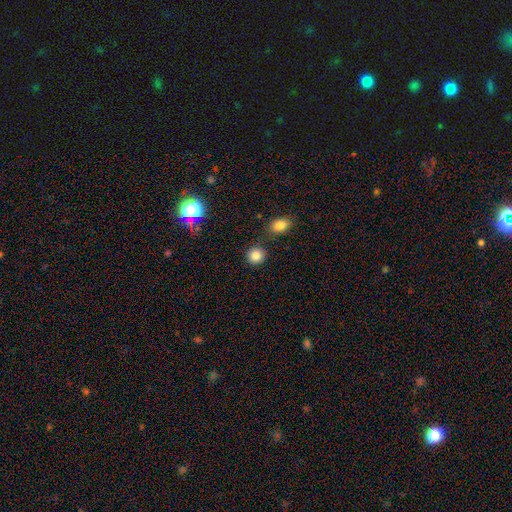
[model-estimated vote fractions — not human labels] smooth_or_featured: smooth (p=0.84) [alt: star or artifact p=0.11]
how_rounded: round (p=0.89) [alt: in between p=0.10]
merging: none (p=0.84) [alt: minor disturbance p=0.08]